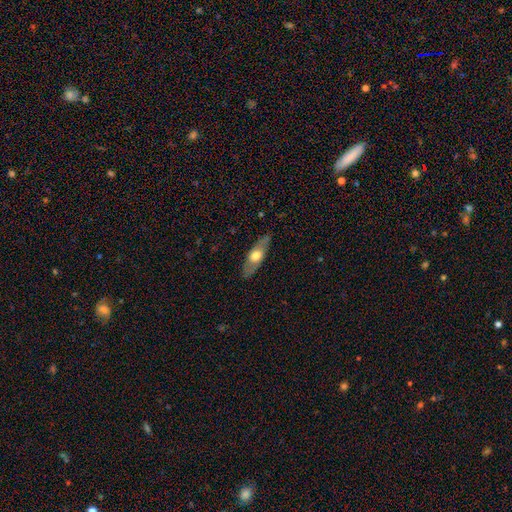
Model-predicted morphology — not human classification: Overall: smooth (50%; featured or disk 45%). How rounded: in between (59%; cigar-shaped 38%). Merging: none (81%).